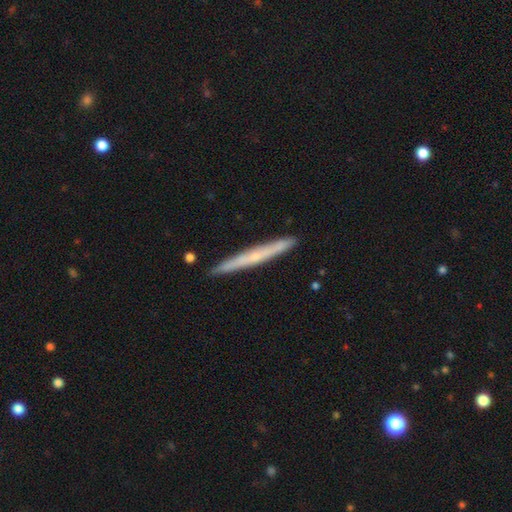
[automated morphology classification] This is possibly a featured or disk galaxy (54%). It is clearly viewed edge-on (95%). Edge-on bulge: likely none (60%). Merging: clearly none (90%).